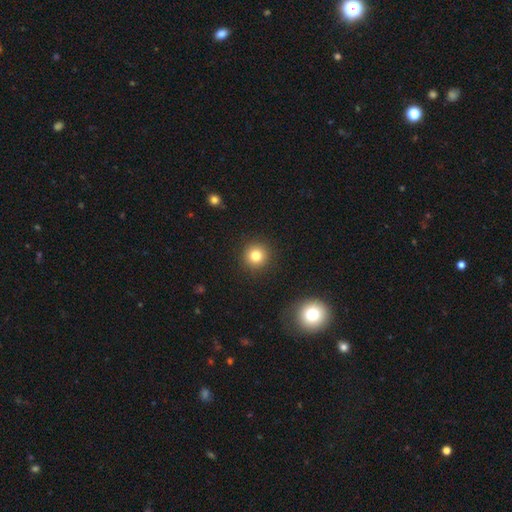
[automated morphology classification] The model was most divided on "smooth or featured": smooth: 80%, star or artifact: 12%, featured or disk: 7%. More confident: how rounded — round (94%); merging — none (91%).